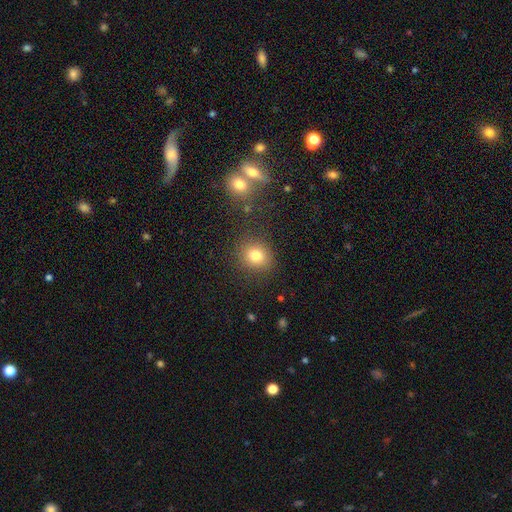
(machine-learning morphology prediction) Smooth or featured? Predicted: smooth (p=0.79). How rounded? Predicted: round (p=0.78). Merging? Predicted: none (p=0.85).